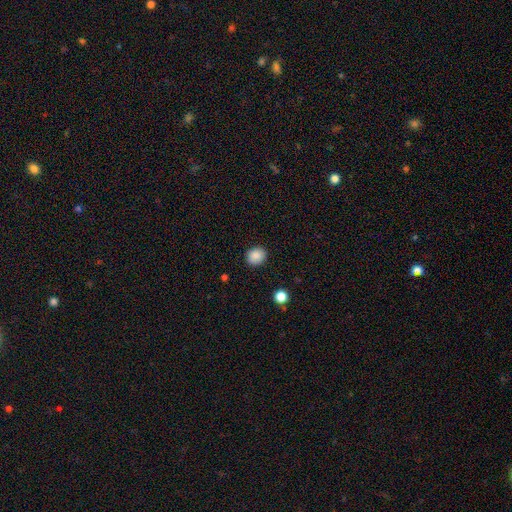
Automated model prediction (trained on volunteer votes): Smooth or featured?
  - smooth: 87% *
  - star or artifact: 9%
  - featured or disk: 3%
How rounded?
  - round: 70% *
  - in between: 29%
  - cigar-shaped: 1%
Merging?
  - none: 88% *
  - minor disturbance: 8%
  - major disturbance: 2%
  - merger: 1%